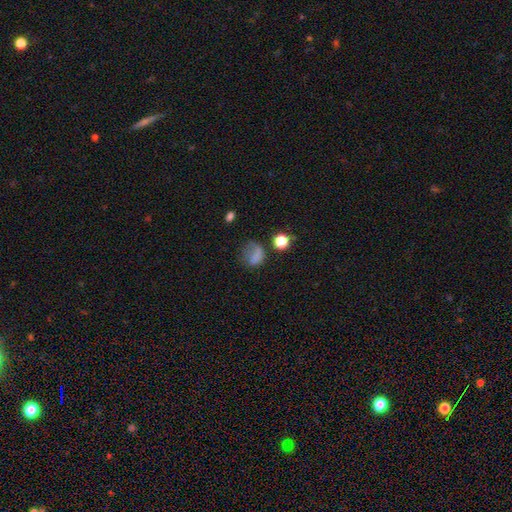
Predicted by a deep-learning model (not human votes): This is likely a smooth galaxy (70%). How rounded: possibly round (53%). Merging: marginally none (37%).